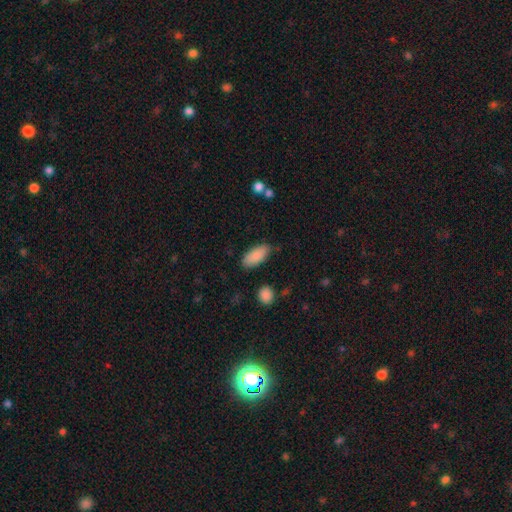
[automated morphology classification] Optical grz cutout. It shows a smooth galaxy with no disk features (87%) that is in between round and cigar-shaped (88%). Merging: none (78%).